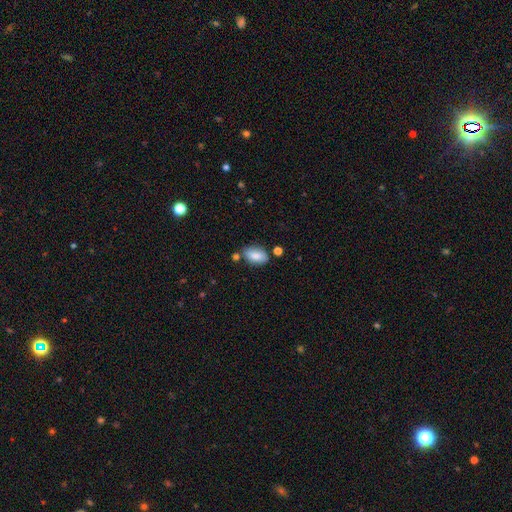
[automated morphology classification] Q: Smooth or featured?
A: smooth (83%); runner-up: featured or disk (10%)
Q: How rounded?
A: in between (92%); runner-up: round (5%)
Q: Merging?
A: none (73%); runner-up: minor disturbance (16%)